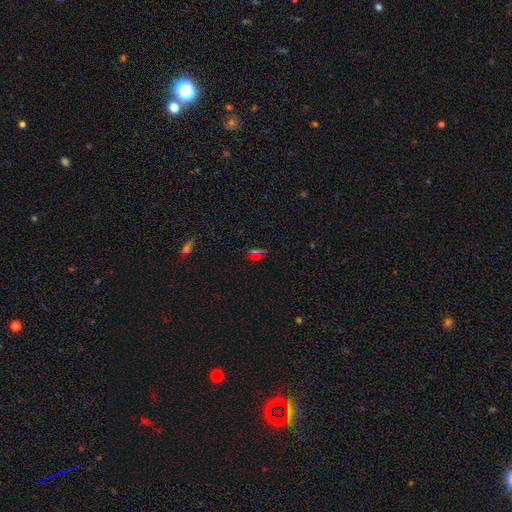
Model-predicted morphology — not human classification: smooth 49%, star or artifact 41%, featured or disk 10%. Down the decision tree: merging — none (67%).